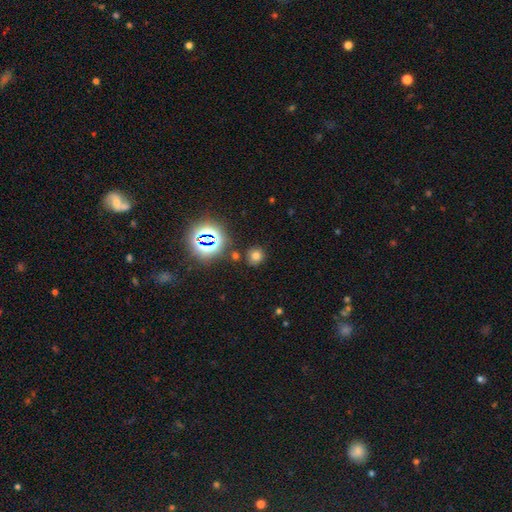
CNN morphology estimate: A smooth galaxy with no disk features (66%) that is round (86%). Merging: none (82%).